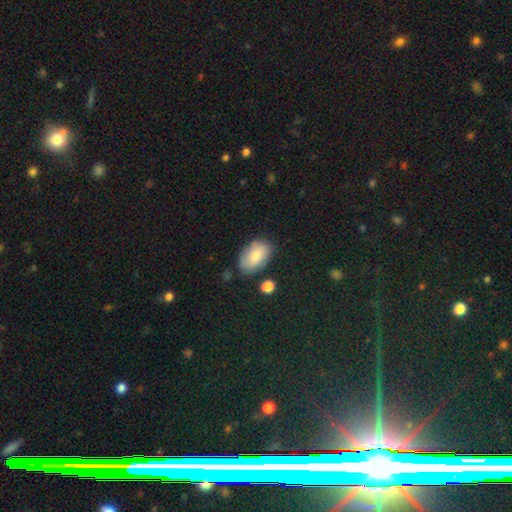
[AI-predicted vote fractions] The model was most divided on "merging": none: 73%, minor disturbance: 18%, major disturbance: 5%, merger: 4%. More confident: how rounded — in between (92%); smooth or featured — smooth (79%).